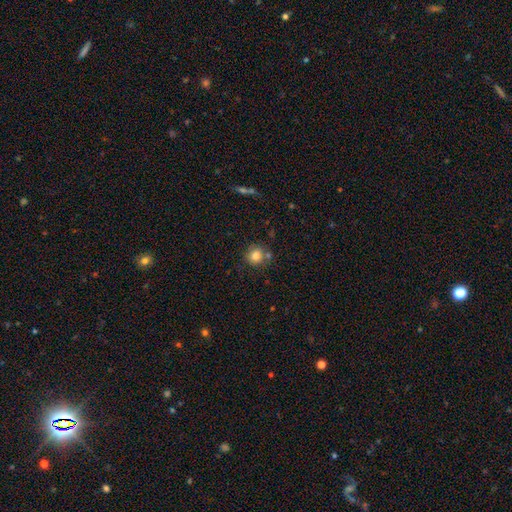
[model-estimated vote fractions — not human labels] This is clearly a smooth galaxy (82%). How rounded: clearly round (89%). Merging: likely none (73%).